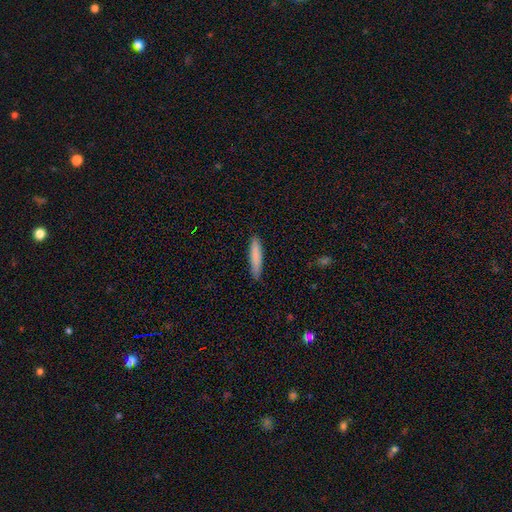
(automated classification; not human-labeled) smooth-or-featured: smooth: 84% | featured or disk: 10% | star or artifact: 6%
  how-rounded: cigar-shaped: 87% | in between: 12% | round: 1%
  merging: none: 86% | minor disturbance: 11% | major disturbance: 2% | merger: 1%